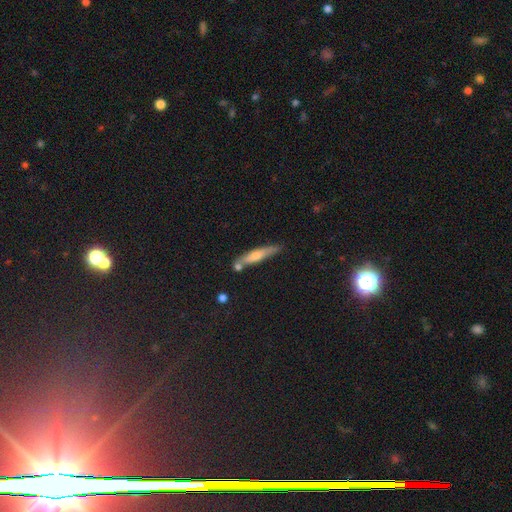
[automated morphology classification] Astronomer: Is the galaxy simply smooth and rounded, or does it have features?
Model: smooth — 52% (runner-up: featured or disk, 40%).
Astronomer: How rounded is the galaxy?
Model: cigar-shaped — 88%.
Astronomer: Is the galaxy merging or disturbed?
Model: none — 74%.